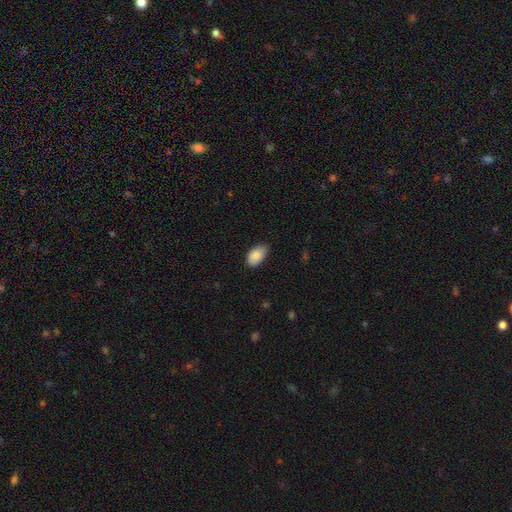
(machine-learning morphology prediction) Overall: smooth (87%). How rounded: in between (94%). Merging: none (73%).